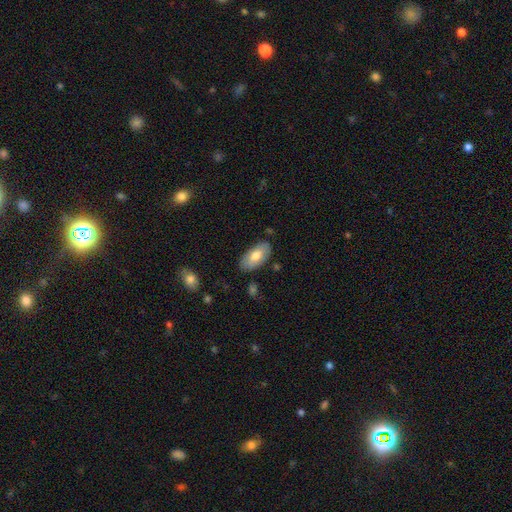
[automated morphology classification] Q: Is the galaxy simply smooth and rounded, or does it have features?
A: smooth — 69%.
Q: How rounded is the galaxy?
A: in between — 94%.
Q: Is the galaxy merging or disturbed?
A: none — 82%.